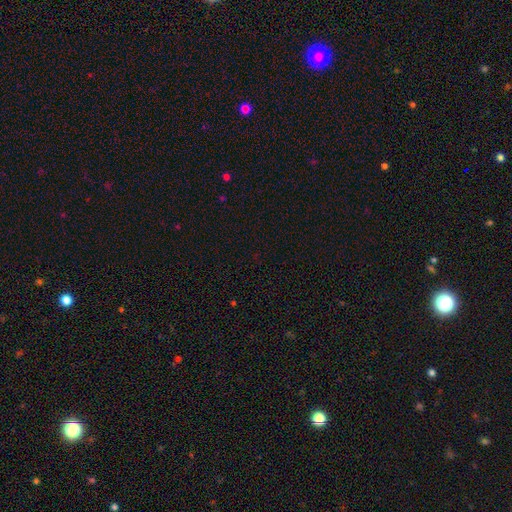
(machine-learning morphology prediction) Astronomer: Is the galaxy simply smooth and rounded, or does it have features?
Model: star or artifact — 68%.